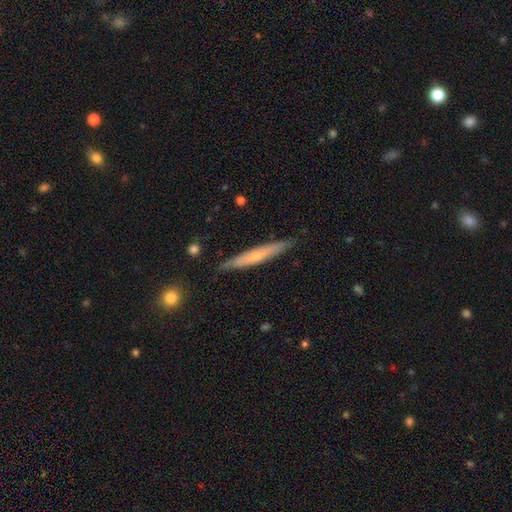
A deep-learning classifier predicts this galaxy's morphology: Q: Smooth or featured?
A: smooth (48%); runner-up: featured or disk (47%)
Q: Merging?
A: none (85%); runner-up: minor disturbance (12%)